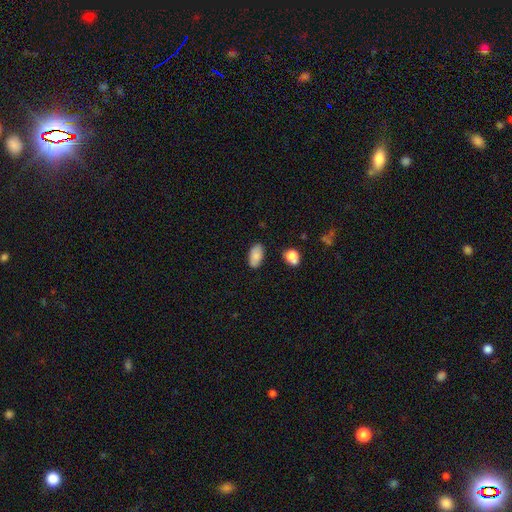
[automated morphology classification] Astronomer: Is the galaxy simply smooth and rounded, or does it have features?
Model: smooth — 85%.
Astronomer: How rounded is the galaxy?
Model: in between — 94%.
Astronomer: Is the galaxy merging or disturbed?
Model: none — 83%.